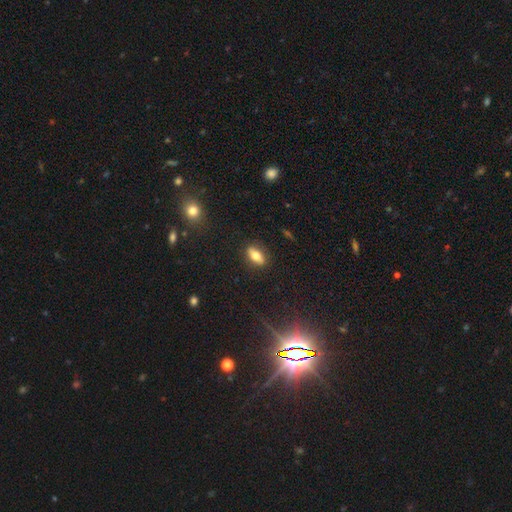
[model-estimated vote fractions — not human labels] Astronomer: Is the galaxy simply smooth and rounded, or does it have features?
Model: smooth — 68%.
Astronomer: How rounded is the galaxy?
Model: in between — 75%.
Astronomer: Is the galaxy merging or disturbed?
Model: none — 86%.